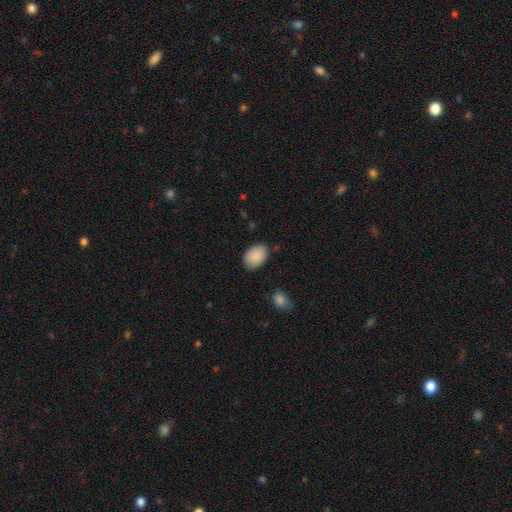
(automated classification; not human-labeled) smooth-or-featured: smooth: 89% | star or artifact: 6% | featured or disk: 4%
  how-rounded: in between: 84% | round: 15% | cigar-shaped: 1%
  merging: none: 83% | minor disturbance: 12% | major disturbance: 3% | merger: 2%